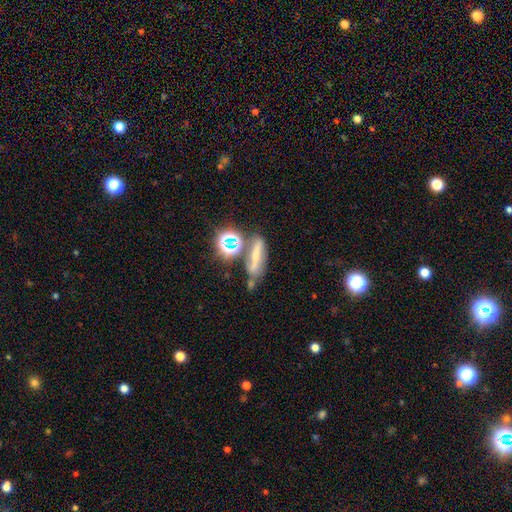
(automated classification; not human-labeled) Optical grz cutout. It shows a smooth galaxy with no disk features (45%). Merging: none (55%).